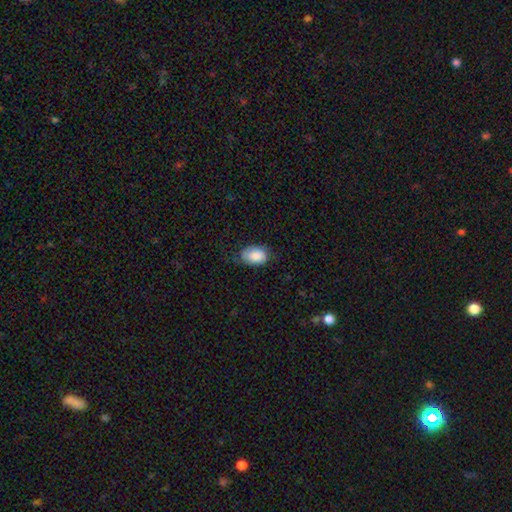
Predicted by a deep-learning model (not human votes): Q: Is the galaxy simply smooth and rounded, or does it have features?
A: smooth — 85%.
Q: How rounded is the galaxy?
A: in between — 87%.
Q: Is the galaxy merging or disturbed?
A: none — 63%.